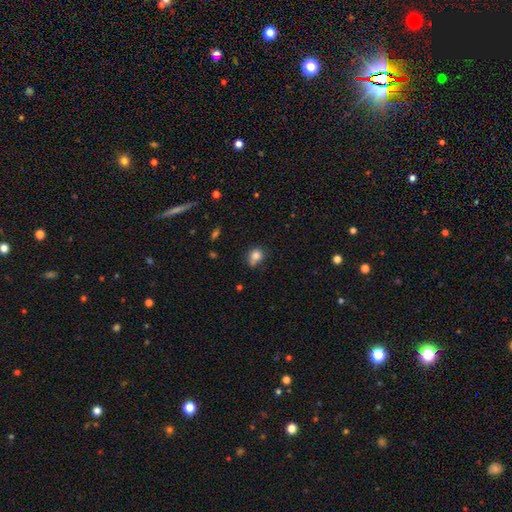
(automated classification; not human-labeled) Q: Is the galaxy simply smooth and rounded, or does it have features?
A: smooth — 80%.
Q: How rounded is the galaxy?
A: round — 69%.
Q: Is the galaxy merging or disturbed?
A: none — 54%.